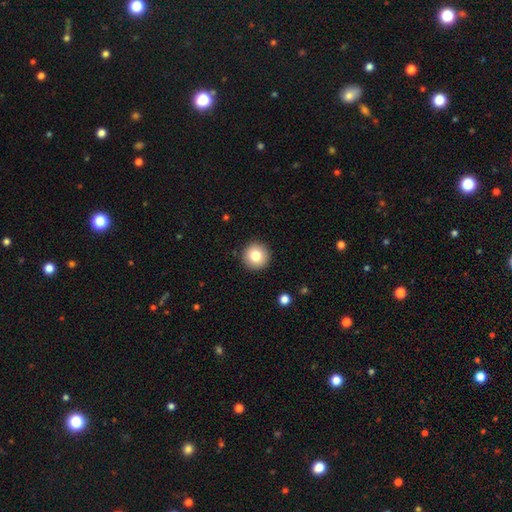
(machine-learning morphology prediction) type=smooth (81%); roundness=round (96%); merging=none (92%).